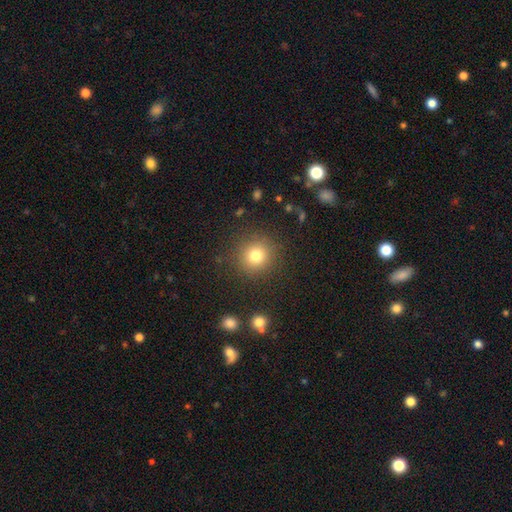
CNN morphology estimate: Smooth or featured: smooth — 78% (star or artifact — 14%)
How rounded: round — 92% (in between — 7%)
Merging: none — 88% (minor disturbance — 7%)